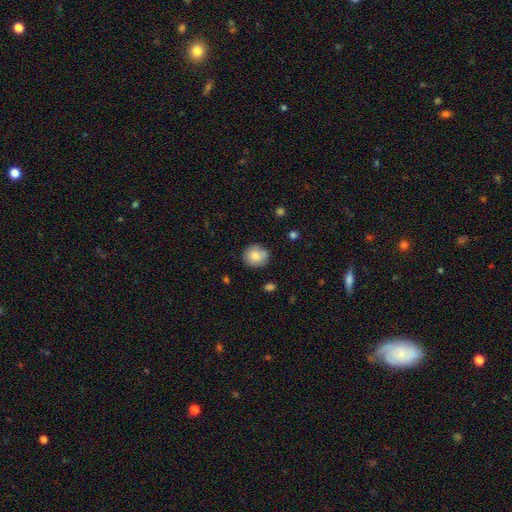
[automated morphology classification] Smooth or featured? smooth (80%)
How rounded? round (85%)
Merging? none (73%)